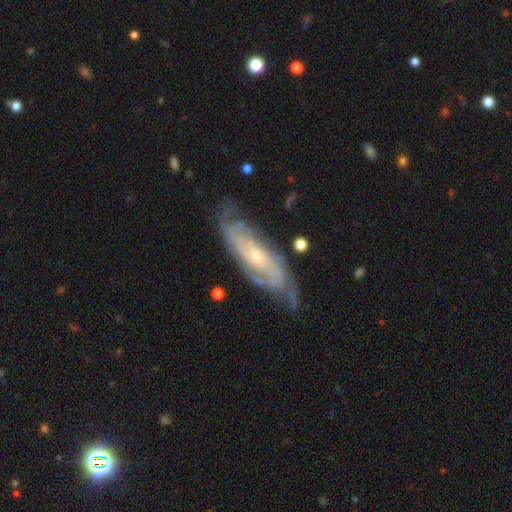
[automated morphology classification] This is clearly a featured or disk galaxy (85%). It is clearly not viewed edge-on (86%). Bar: likely no (66%). Spiral arm pattern: clearly yes (94%). Spiral arm count: marginally can't tell (42%). Spiral winding: likely tight (64%). Central bulge: likely small (70%). Merging: likely none (68%).